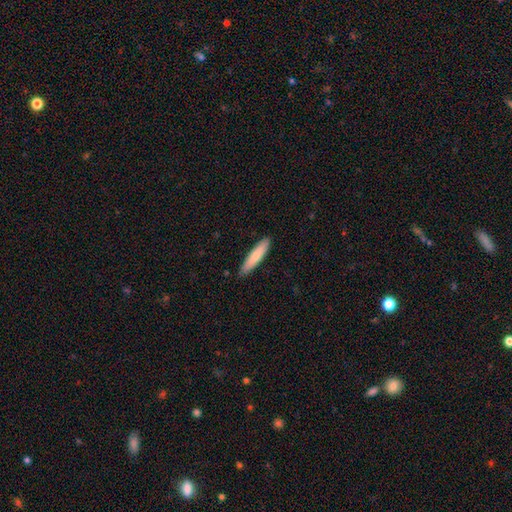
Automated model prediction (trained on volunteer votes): Smooth or featured? smooth (79%)
How rounded? cigar-shaped (83%)
Merging? none (87%)